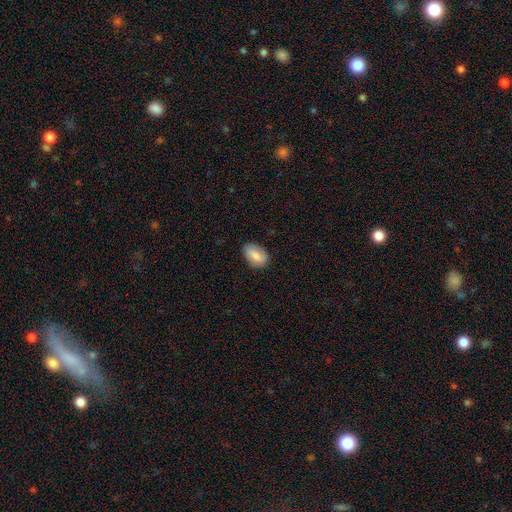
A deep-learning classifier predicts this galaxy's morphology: Smooth or featured?
  - smooth: 77% *
  - featured or disk: 16%
  - star or artifact: 7%
How rounded?
  - in between: 91% *
  - round: 7%
  - cigar-shaped: 2%
Merging?
  - none: 79% *
  - minor disturbance: 17%
  - major disturbance: 4%
  - merger: 1%